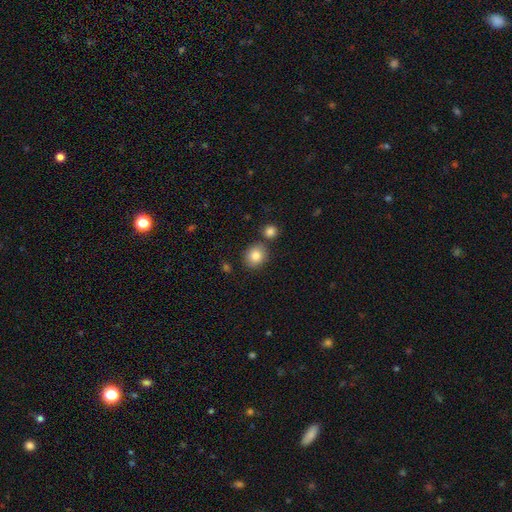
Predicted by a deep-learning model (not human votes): The model was most divided on "how rounded": round: 76%, in between: 23%, cigar-shaped: 1%. More confident: smooth or featured — smooth (83%); merging — none (77%).